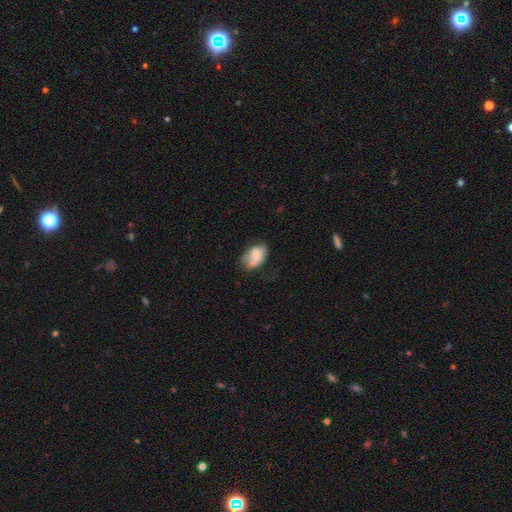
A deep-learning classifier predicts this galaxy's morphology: The model was most divided on "merging": none: 49%, minor disturbance: 34%, major disturbance: 13%, merger: 3%. More confident: how rounded — in between (88%); smooth or featured — smooth (66%).